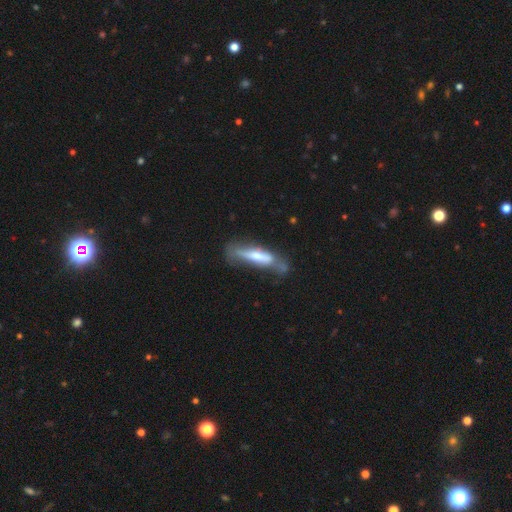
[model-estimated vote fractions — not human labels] featured or disk 51%, smooth 41%, star or artifact 8%. Down the decision tree: edge-on disk — yes (65%); merging — none (50%).